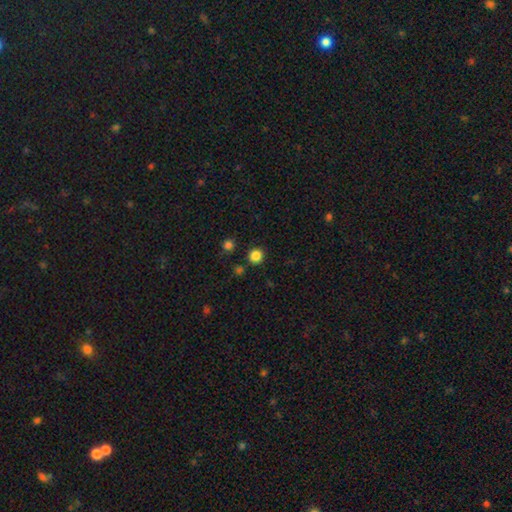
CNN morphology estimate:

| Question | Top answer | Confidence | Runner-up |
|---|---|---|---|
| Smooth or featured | smooth | 84% | star or artifact (12%) |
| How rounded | round | 94% | in between (5%) |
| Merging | none | 89% | minor disturbance (5%) |